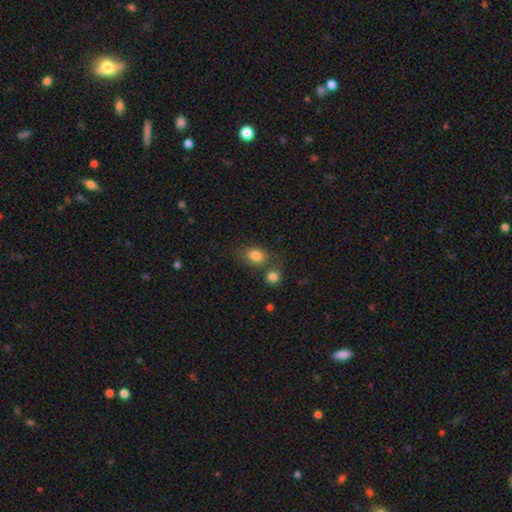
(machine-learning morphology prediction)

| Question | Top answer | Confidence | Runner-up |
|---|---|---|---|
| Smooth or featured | smooth | 82% | star or artifact (10%) |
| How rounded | in between | 64% | round (35%) |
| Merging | none | 54% | merger (25%) |